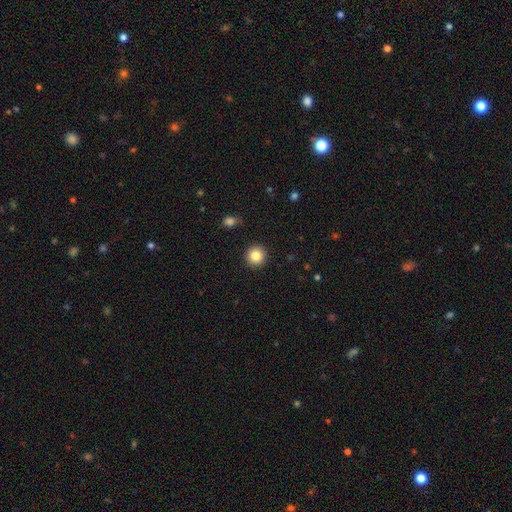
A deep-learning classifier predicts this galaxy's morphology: Smooth or featured? smooth (85%)
How rounded? round (94%)
Merging? none (91%)